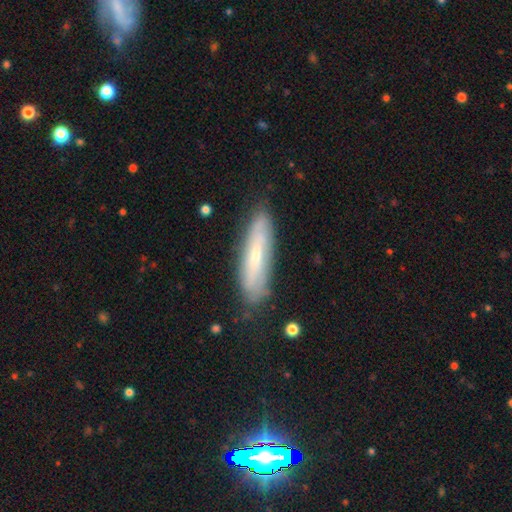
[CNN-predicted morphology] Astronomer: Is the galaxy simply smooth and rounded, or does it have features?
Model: featured or disk — 52% (runner-up: smooth, 41%).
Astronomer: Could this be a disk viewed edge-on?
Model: no — 52% (runner-up: yes, 48%).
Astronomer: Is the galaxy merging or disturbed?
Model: none — 77%.